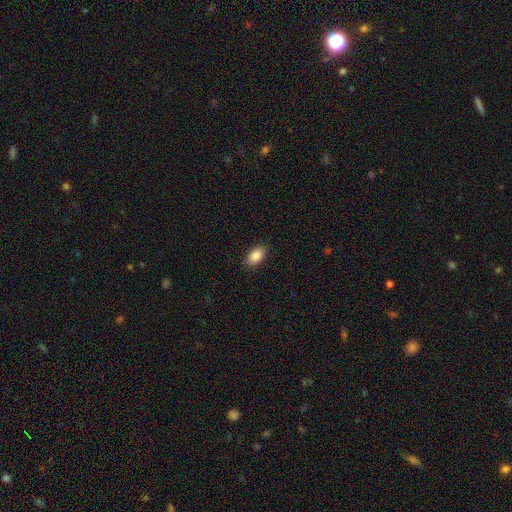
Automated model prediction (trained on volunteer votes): smooth-or-featured: smooth: 87% | star or artifact: 7% | featured or disk: 5%
  how-rounded: in between: 91% | round: 8% | cigar-shaped: 2%
  merging: none: 88% | minor disturbance: 9% | major disturbance: 2% | merger: 1%